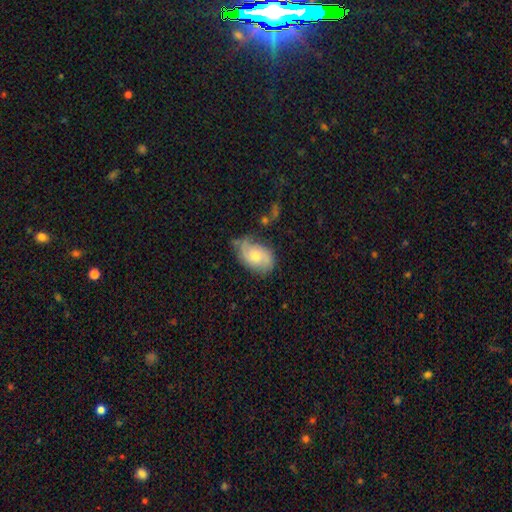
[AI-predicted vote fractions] Overall: featured or disk (63%; smooth 30%). Edge-on disk: no (96%). Bar: no (68%; weak 29%). Spiral arms: yes (90%). Spiral arm count: 2 (72%). Spiral winding: medium (44%; tight 30%). Bulge size: moderate (55%; small 36%). Merging: none (59%; minor disturbance 27%).